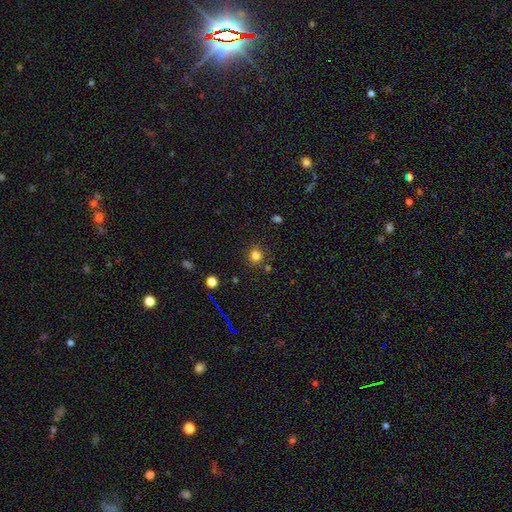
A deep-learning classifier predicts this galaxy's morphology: Q: Smooth or featured?
A: smooth (80%); runner-up: star or artifact (15%)
Q: How rounded?
A: round (89%); runner-up: in between (10%)
Q: Merging?
A: none (84%); runner-up: minor disturbance (9%)